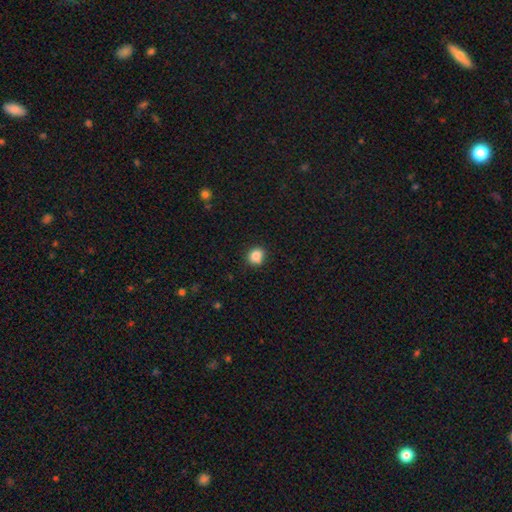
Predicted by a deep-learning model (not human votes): Smooth or featured? smooth (83%)
How rounded? round (71%)
Merging? none (74%)